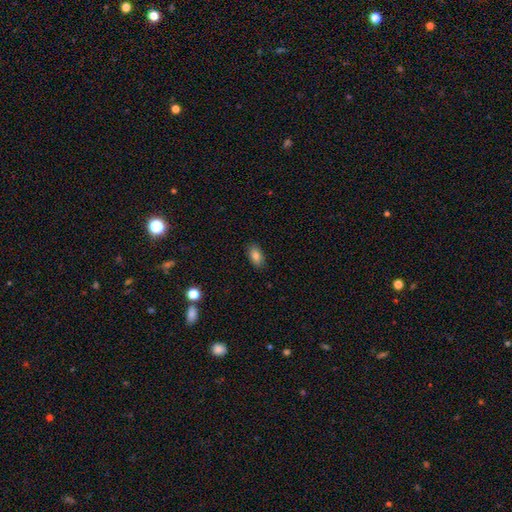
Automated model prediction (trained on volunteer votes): smooth-or-featured: smooth: 84% | star or artifact: 9% | featured or disk: 8%
  how-rounded: in between: 90% | round: 5% | cigar-shaped: 5%
  merging: none: 87% | minor disturbance: 10% | major disturbance: 2% | merger: 1%